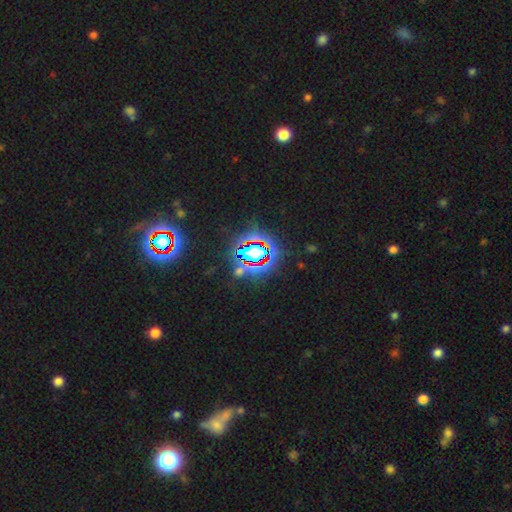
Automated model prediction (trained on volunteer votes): This appears to be a star or artifact, not a galaxy (79%).